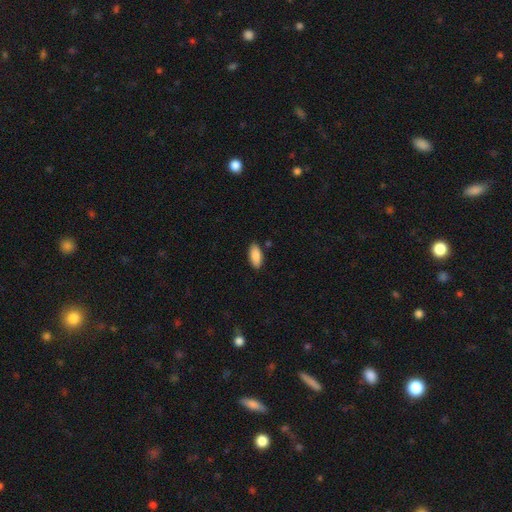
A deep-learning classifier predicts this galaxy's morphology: Smooth or featured?
  - smooth: 89% *
  - star or artifact: 6%
  - featured or disk: 5%
How rounded?
  - in between: 87% *
  - cigar-shaped: 12%
  - round: 2%
Merging?
  - none: 86% *
  - minor disturbance: 10%
  - major disturbance: 2%
  - merger: 2%